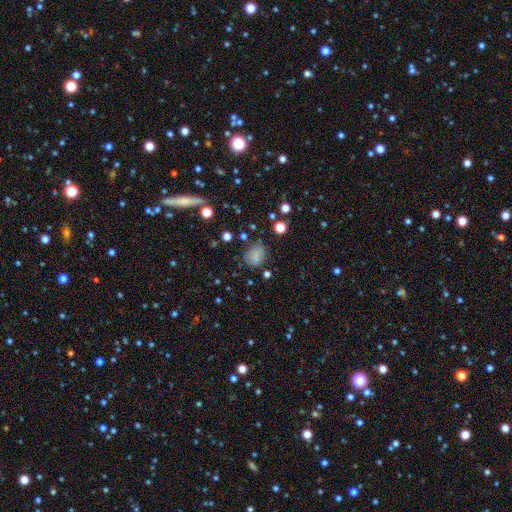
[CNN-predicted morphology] Smooth or featured? smooth (77%)
How rounded? in between (50%)
Merging? none (69%)